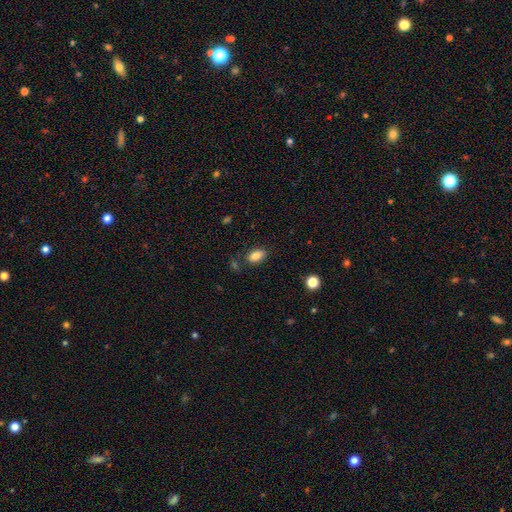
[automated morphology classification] smooth_or_featured: smooth (p=0.82) [alt: star or artifact p=0.09]
how_rounded: in between (p=0.89) [alt: round p=0.09]
merging: none (p=0.79) [alt: minor disturbance p=0.13]